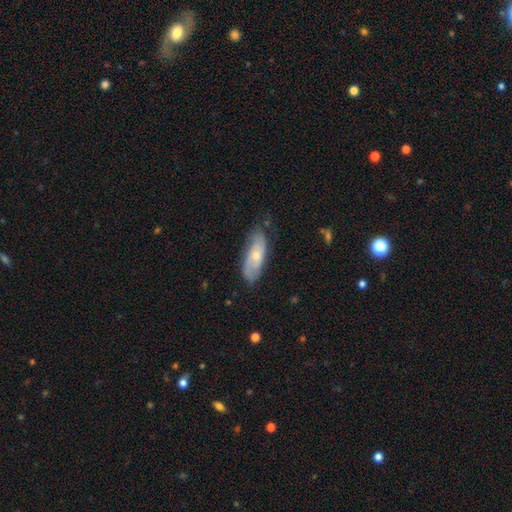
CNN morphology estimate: smooth_or_featured: featured or disk (p=0.50) [alt: smooth p=0.44]
merging: none (p=0.68) [alt: minor disturbance p=0.25]